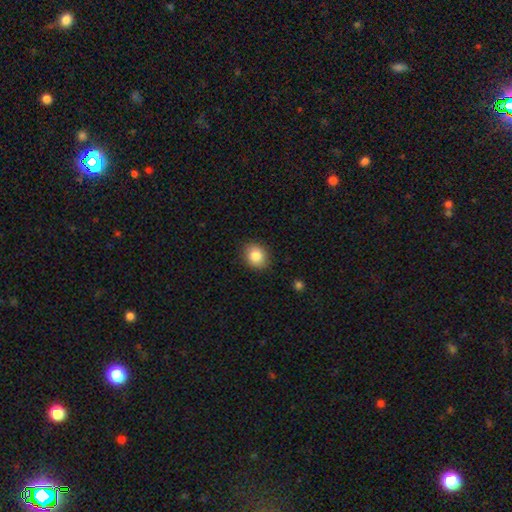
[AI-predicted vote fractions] Smooth or featured? Predicted: smooth (p=0.85). How rounded? Predicted: round (p=0.64). Merging? Predicted: none (p=0.88).